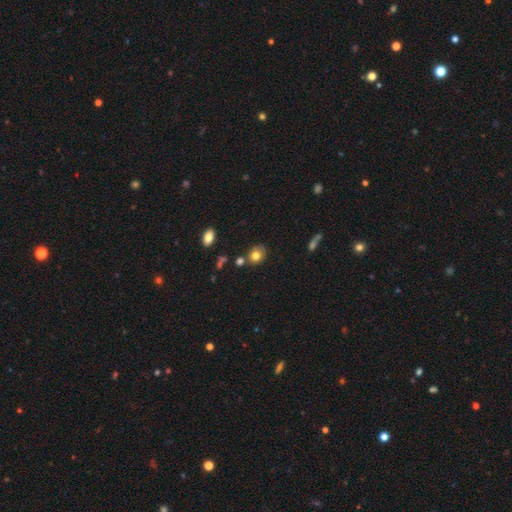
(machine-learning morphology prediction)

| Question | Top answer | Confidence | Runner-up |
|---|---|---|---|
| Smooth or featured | smooth | 78% | featured or disk (11%) |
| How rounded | round | 62% | in between (36%) |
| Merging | none | 66% | minor disturbance (17%) |